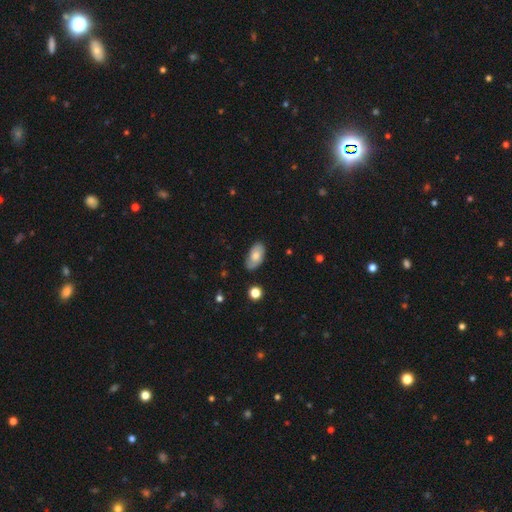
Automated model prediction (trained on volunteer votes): This appears to be a smooth galaxy with no disk features (70%) that is in between round and cigar-shaped (93%). Merging: none (78%).